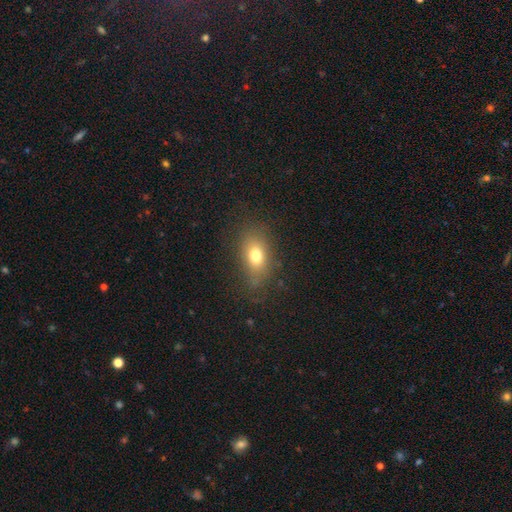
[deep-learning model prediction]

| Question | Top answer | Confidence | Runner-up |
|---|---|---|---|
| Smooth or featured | smooth | 73% | featured or disk (15%) |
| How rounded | in between | 79% | round (17%) |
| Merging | none | 76% | minor disturbance (16%) |